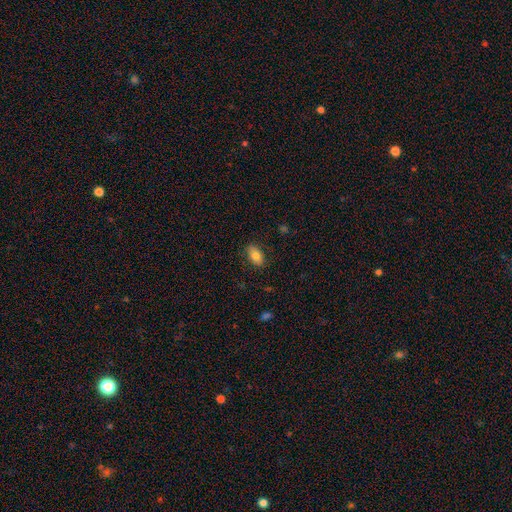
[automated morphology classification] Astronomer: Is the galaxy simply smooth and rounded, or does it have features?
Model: smooth — 80%.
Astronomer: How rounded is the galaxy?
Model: in between — 90%.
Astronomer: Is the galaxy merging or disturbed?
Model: none — 84%.